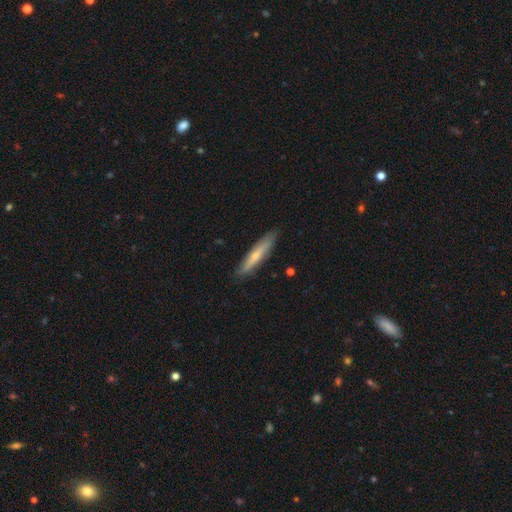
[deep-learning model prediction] This is possibly a smooth galaxy (56%). How rounded: clearly cigar-shaped (87%). Merging: clearly none (85%).